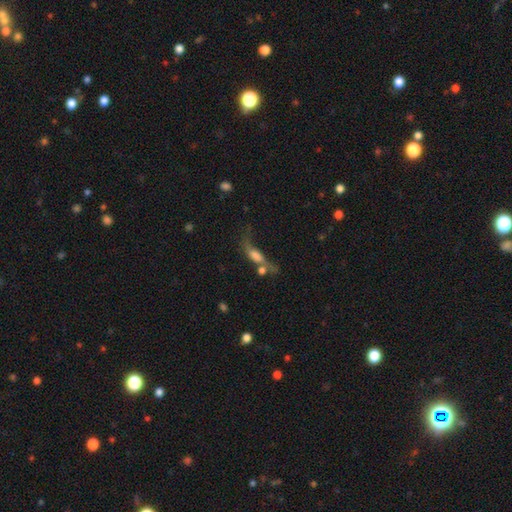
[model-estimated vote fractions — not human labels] Overall: smooth (51%; featured or disk 36%). How rounded: in between (58%; cigar-shaped 34%). Merging: merger (31%; major disturbance 30%).